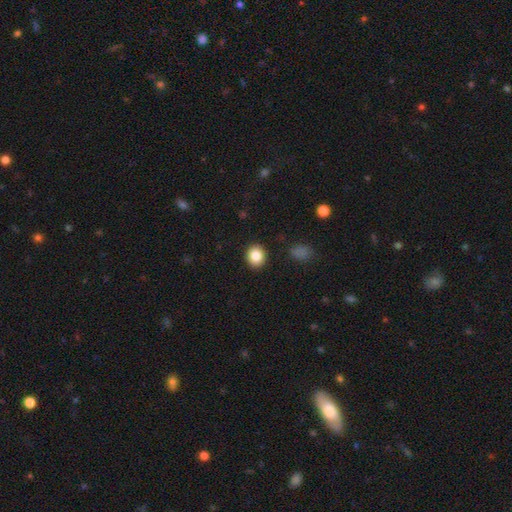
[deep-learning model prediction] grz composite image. It shows a smooth galaxy with no disk features (85%) that is round (74%). Merging: none (91%).